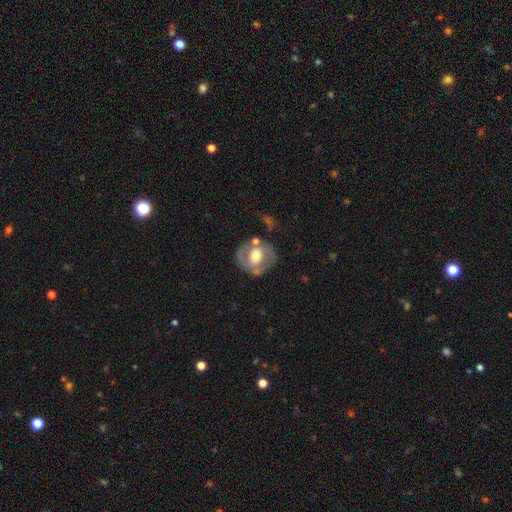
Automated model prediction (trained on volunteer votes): A featured or disk galaxy (53%) with no bar (68%), no spiral arms (67%) and a moderate central bulge (64%).

Vote fractions:
- Smooth or featured? featured or disk: 53% / smooth: 40% / star or artifact: 6%
- Edge-on disk? no: 95% / yes: 5%
- Bar? no: 68% / weak: 24% / strong: 9%
- Spiral arms? no: 67% / yes: 33%
- Bulge size? moderate: 64% / large: 25% / small: 7% / dominant: 2% / none: 1%
- Merging? none: 67% / minor disturbance: 17% / merger: 9% / major disturbance: 7%